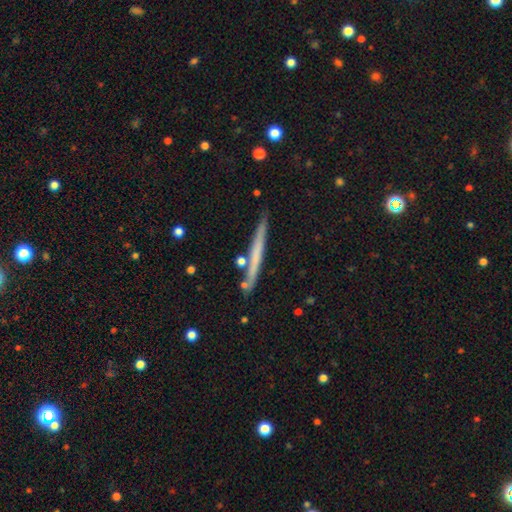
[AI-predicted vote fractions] A smooth galaxy with no disk features (50%).

Vote fractions:
- Smooth or featured? smooth: 50% / featured or disk: 44% / star or artifact: 6%
- Merging? none: 83% / minor disturbance: 11% / merger: 5% / major disturbance: 2%